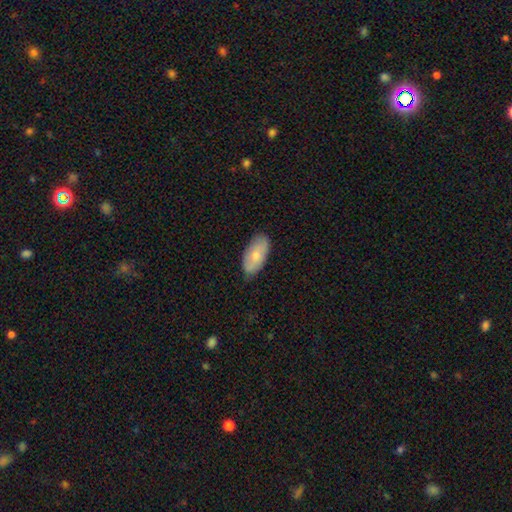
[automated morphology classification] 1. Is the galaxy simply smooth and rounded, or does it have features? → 73% smooth, 21% featured or disk, 6% star or artifact.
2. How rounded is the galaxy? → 93% in between, 4% cigar-shaped, 3% round.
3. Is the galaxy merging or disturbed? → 80% none, 16% minor disturbance, 3% major disturbance, 1% merger.